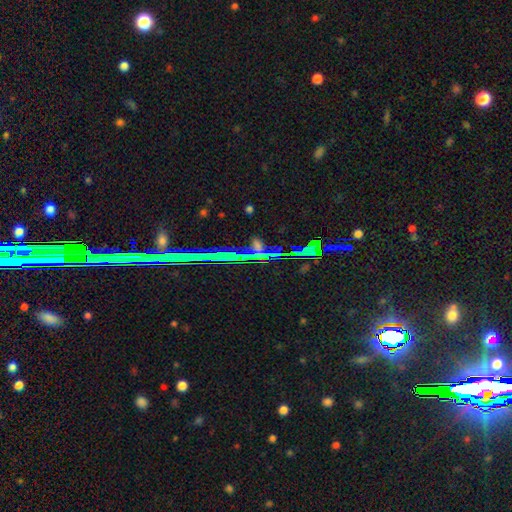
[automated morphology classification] star or artifact 78%, featured or disk 12%, smooth 10%.